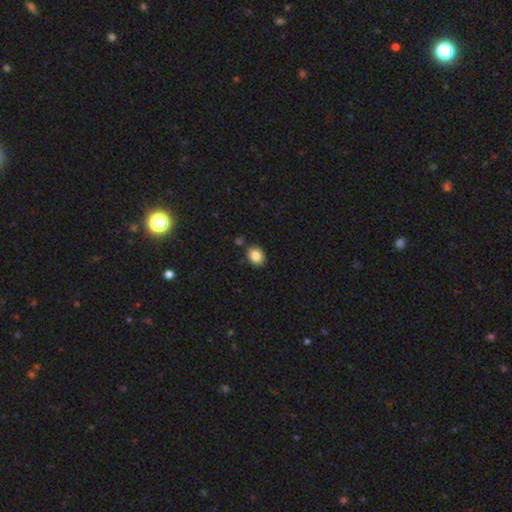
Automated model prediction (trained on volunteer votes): Smooth or featured? Predicted: smooth (p=0.86). How rounded? Predicted: in between (p=0.54). Merging? Predicted: none (p=0.81).